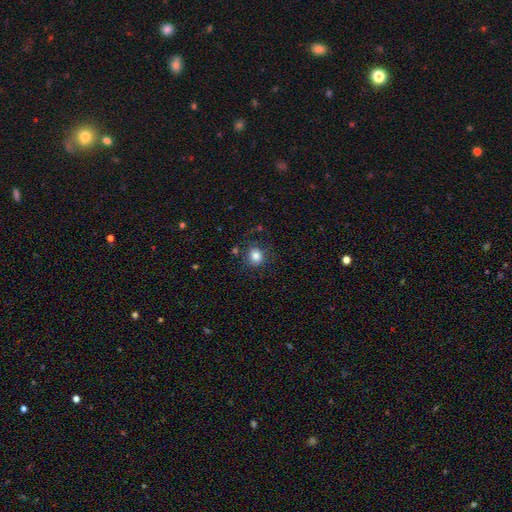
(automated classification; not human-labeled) smooth_or_featured: smooth (p=0.83) [alt: star or artifact p=0.10]
how_rounded: round (p=0.77) [alt: in between p=0.22]
merging: none (p=0.78) [alt: minor disturbance p=0.14]